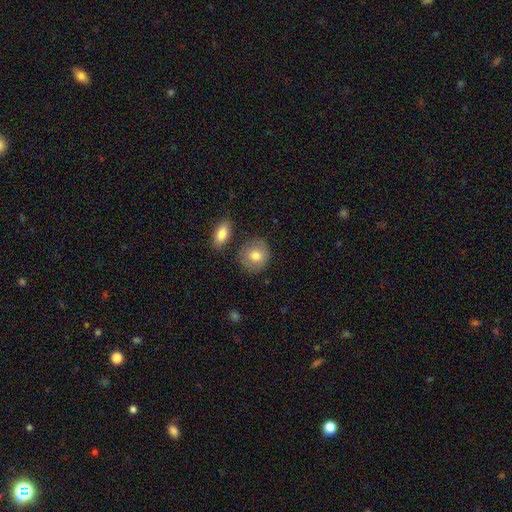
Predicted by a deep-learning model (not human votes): A smooth galaxy with no disk features (79%) that is round (82%). Merging: none (79%).